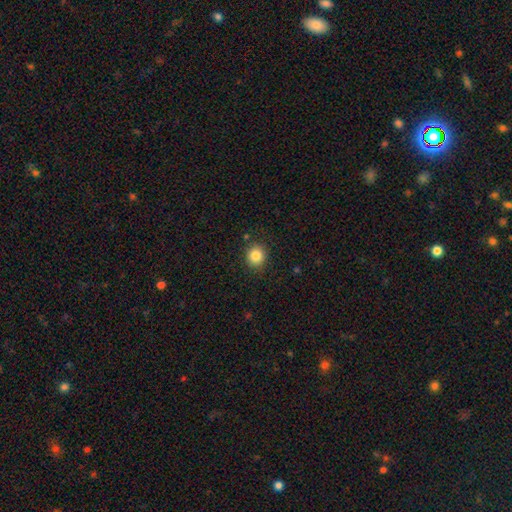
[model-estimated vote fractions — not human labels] Morphology: type=smooth (85%); roundness=round (86%); merging=none (88%).